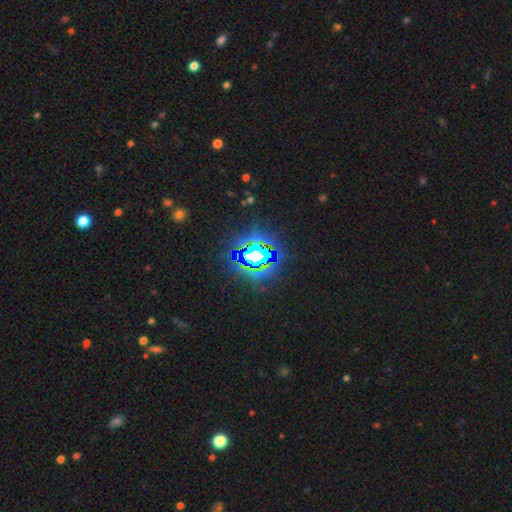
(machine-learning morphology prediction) This appears to be a star or artifact, not a galaxy (74%).